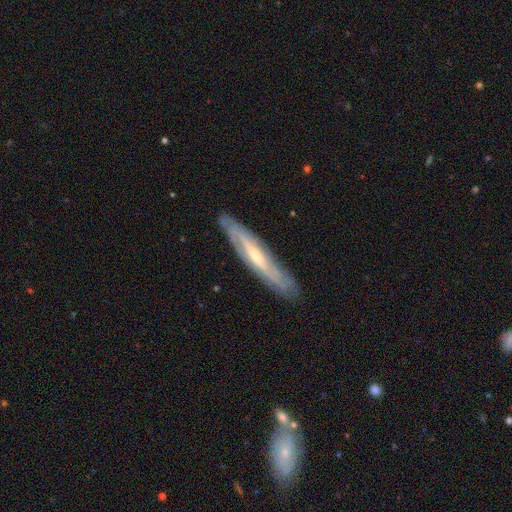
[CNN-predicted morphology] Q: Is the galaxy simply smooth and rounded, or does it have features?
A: featured or disk — 71%.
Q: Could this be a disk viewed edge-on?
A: yes — 59%.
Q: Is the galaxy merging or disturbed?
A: none — 84%.